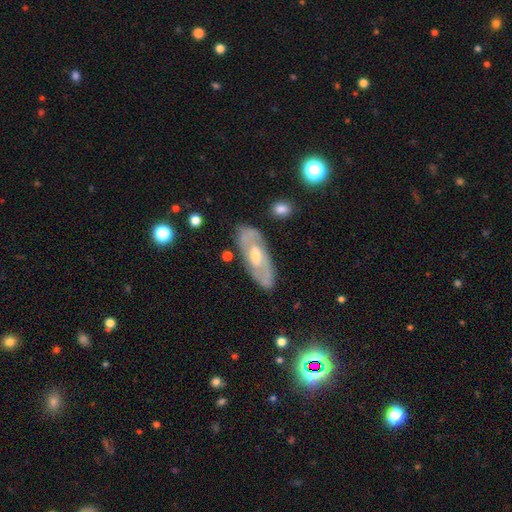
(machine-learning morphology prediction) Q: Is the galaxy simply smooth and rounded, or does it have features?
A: featured or disk — 70%.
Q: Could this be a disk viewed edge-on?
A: no — 81%.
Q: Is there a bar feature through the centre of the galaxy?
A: no — 69%.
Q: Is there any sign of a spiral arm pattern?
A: yes — 59%.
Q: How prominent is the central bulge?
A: moderate — 67%.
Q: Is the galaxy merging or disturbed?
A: none — 83%.